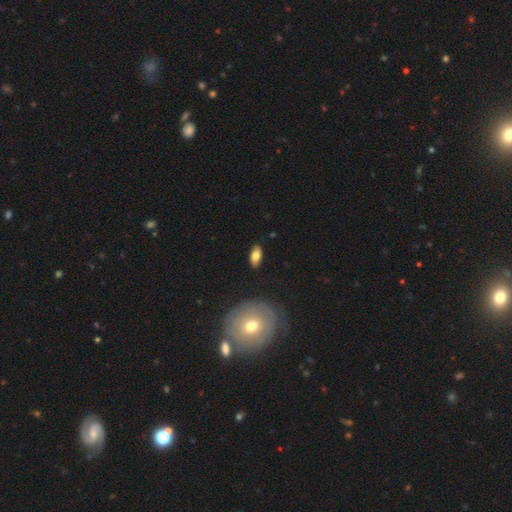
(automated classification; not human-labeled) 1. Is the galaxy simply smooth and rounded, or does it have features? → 75% smooth, 18% featured or disk, 7% star or artifact.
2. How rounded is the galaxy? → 86% in between, 10% cigar-shaped, 4% round.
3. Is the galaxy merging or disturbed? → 84% none, 12% minor disturbance, 3% major disturbance, 2% merger.